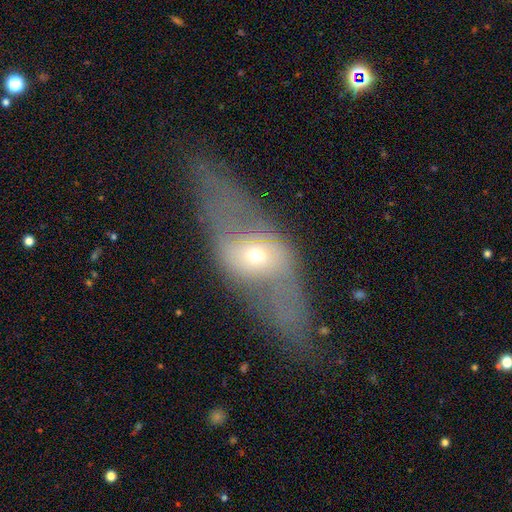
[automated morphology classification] Smooth or featured? featured or disk (66%)
Edge-on disk? no (82%)
Bar? no (68%)
Spiral arms? yes (55%)
Bulge size? small (54%)
Merging? major disturbance (39%)